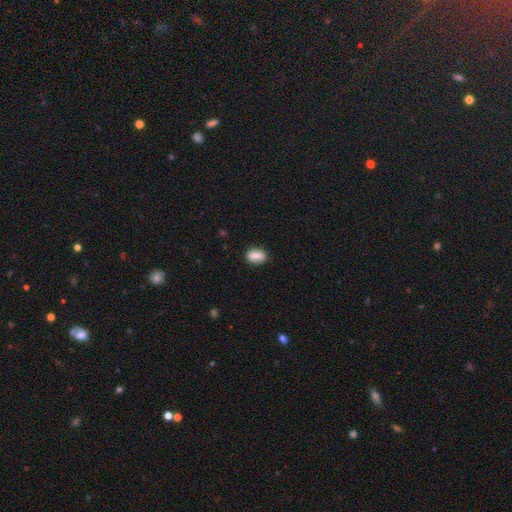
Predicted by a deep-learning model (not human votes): Smooth or featured: smooth — 84% (featured or disk — 9%)
How rounded: in between — 76% (round — 19%)
Merging: none — 82% (minor disturbance — 13%)